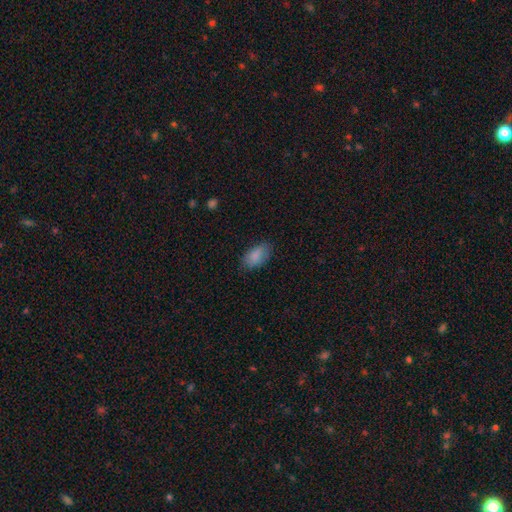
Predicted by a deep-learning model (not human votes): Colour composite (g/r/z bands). It shows a smooth galaxy with no disk features (87%) that is in between round and cigar-shaped (93%). Merging: none (80%).